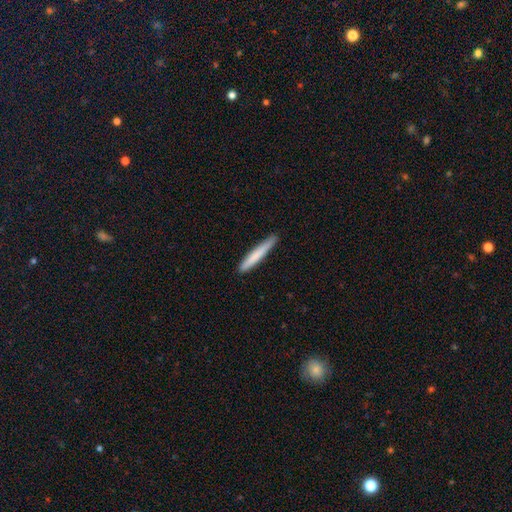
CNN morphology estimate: Overall: smooth (74%). How rounded: cigar-shaped (96%). Merging: none (89%).